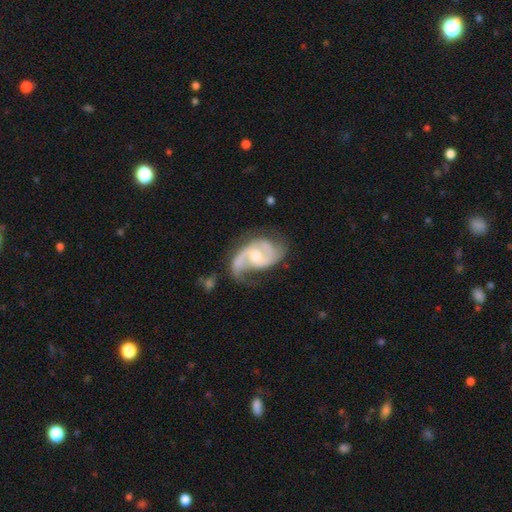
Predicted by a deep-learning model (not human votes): The model was most divided on "bar": no: 50%, weak: 40%, strong: 11%. Remaining: edge-on disk — no (97%); spiral arms — yes (96%); smooth or featured — featured or disk (88%); spiral arm count — 2 (74%); bulge size — moderate (61%); spiral winding — medium (48%); merging — none (46%).